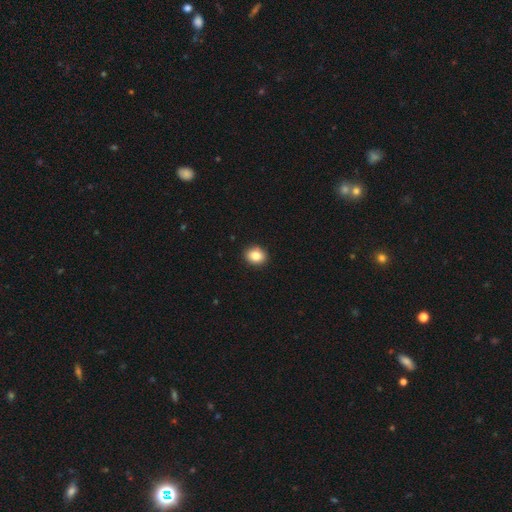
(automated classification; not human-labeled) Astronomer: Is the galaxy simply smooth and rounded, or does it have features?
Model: smooth — 85%.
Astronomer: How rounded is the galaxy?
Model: round — 61% (runner-up: in between, 38%).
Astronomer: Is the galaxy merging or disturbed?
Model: none — 92%.